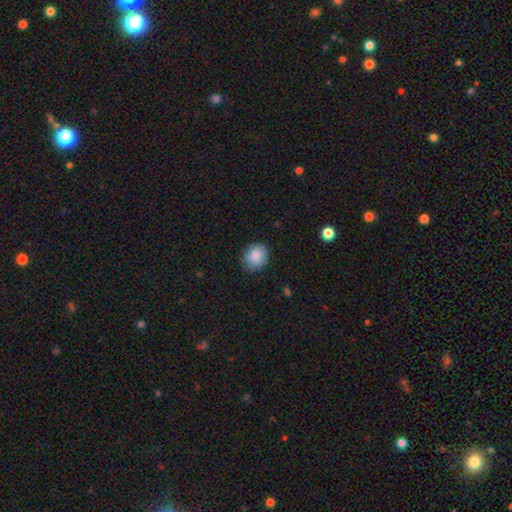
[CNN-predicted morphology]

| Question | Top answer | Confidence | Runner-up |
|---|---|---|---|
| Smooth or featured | smooth | 88% | star or artifact (8%) |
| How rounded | round | 68% | in between (31%) |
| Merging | none | 78% | minor disturbance (17%) |